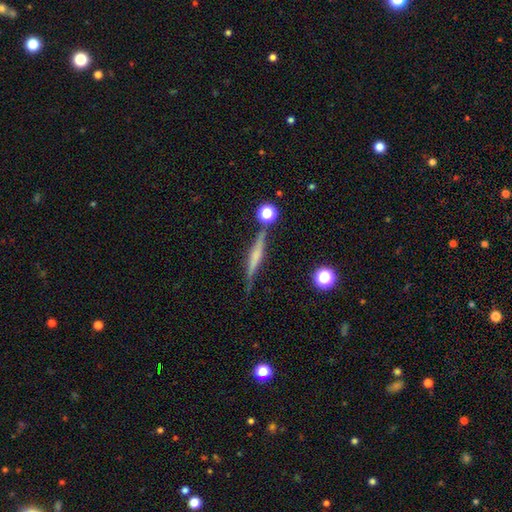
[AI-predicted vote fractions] Morphology: type=featured or disk (61%); edge-on=yes (96%); edge-on bulge=rounded (46%); merging=none (77%).